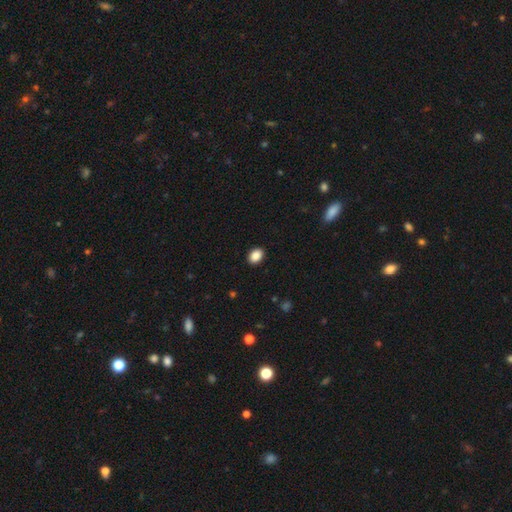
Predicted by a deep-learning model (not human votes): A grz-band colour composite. It shows a smooth galaxy with no disk features (88%) that is in between round and cigar-shaped (75%). Merging: none (90%).